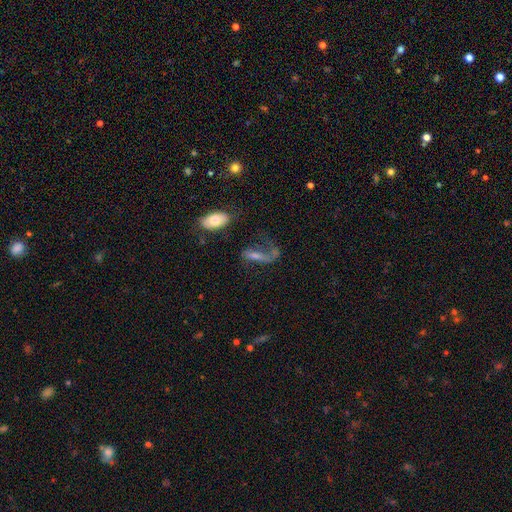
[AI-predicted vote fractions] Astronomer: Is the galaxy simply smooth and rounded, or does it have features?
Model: featured or disk — 54% (runner-up: smooth, 31%).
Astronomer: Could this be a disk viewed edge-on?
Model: no — 87%.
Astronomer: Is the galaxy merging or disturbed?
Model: major disturbance — 49% (runner-up: none, 29%).